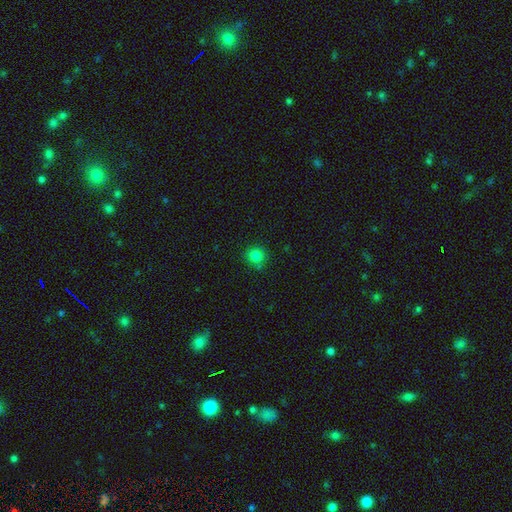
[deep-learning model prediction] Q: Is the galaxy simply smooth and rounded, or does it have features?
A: smooth — 82%.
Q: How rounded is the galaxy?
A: round — 92%.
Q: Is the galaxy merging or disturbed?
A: none — 83%.